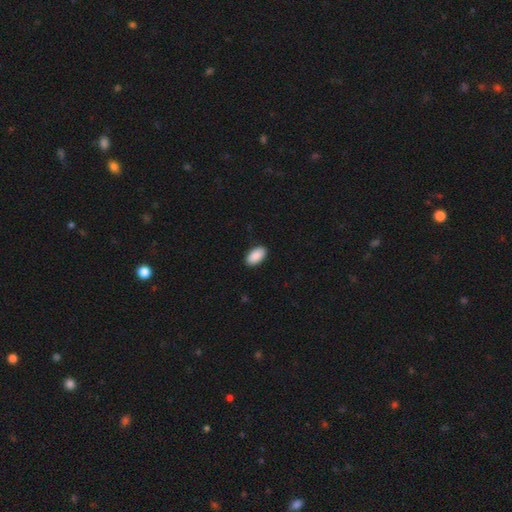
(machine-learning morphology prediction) The model was most divided on "merging": none: 90%, minor disturbance: 8%, major disturbance: 2%, merger: 1%. More confident: how rounded — in between (96%); smooth or featured — smooth (91%).